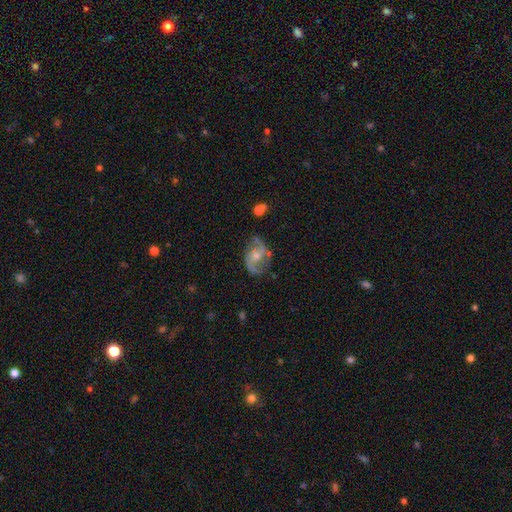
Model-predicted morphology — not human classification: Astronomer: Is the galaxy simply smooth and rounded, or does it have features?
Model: featured or disk — 80%.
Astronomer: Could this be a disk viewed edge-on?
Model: no — 97%.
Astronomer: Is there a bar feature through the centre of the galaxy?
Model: no — 53% (runner-up: weak, 38%).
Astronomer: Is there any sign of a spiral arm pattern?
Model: yes — 92%.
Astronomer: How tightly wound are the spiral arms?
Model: medium — 47% (runner-up: loose, 40%).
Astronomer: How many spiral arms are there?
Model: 2 — 89%.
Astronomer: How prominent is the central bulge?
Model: moderate — 50% (runner-up: small, 41%).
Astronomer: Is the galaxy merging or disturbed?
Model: none — 67%.